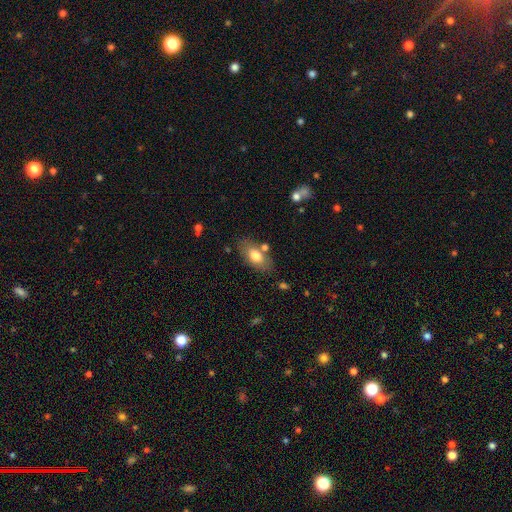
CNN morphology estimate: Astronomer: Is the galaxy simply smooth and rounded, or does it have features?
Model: smooth — 74%.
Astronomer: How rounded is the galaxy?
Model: in between — 90%.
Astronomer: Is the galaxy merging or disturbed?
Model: none — 73%.